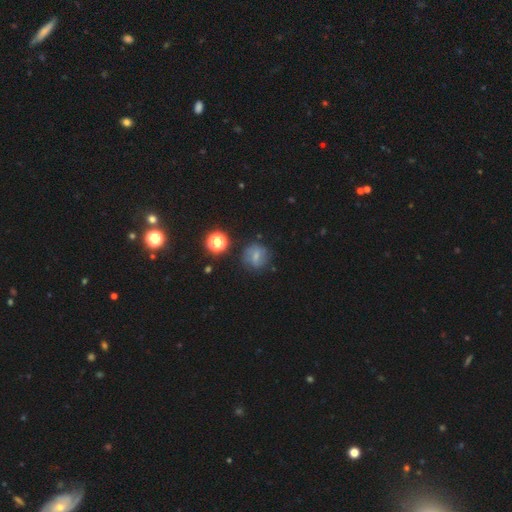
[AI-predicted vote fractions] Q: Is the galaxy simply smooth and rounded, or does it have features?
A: smooth — 48%.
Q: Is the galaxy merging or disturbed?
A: none — 72%.